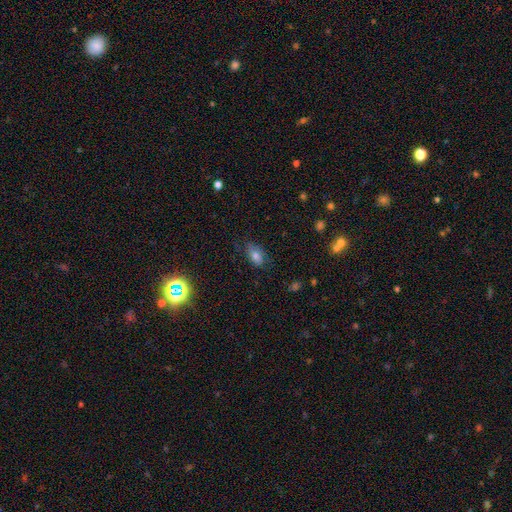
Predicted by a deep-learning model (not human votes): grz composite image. It shows a smooth galaxy with no disk features (71%) that is in between round and cigar-shaped (88%). Merging: none (69%).